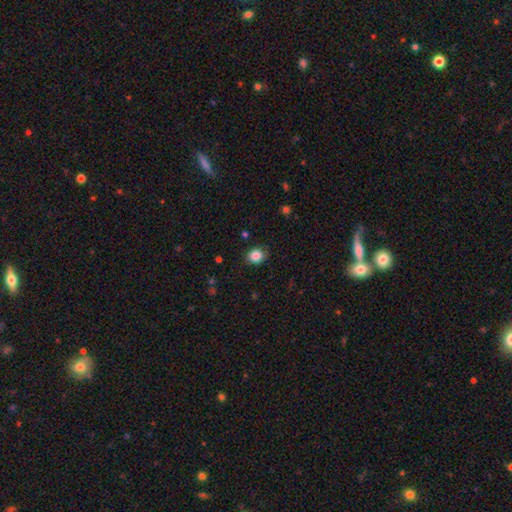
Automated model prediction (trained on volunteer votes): Overall: smooth (86%). How rounded: round (62%; in between 37%). Merging: none (85%).